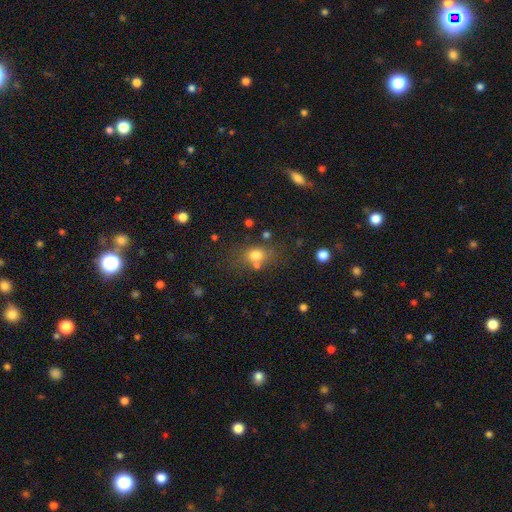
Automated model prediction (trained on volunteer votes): A smooth galaxy with no disk features (74%) that is in between round and cigar-shaped (53%).

Vote fractions:
- Smooth or featured? smooth: 74% / star or artifact: 14% / featured or disk: 12%
- How rounded? in between: 53% / round: 45% / cigar-shaped: 2%
- Merging? none: 61% / merger: 17% / minor disturbance: 15% / major disturbance: 7%